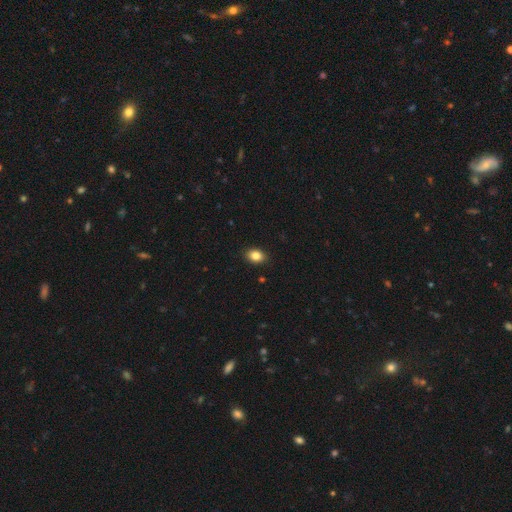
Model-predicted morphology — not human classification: Smooth or featured?
  - smooth: 85% *
  - star or artifact: 9%
  - featured or disk: 5%
How rounded?
  - in between: 71% *
  - round: 28%
  - cigar-shaped: 1%
Merging?
  - none: 90% *
  - minor disturbance: 8%
  - major disturbance: 2%
  - merger: 1%